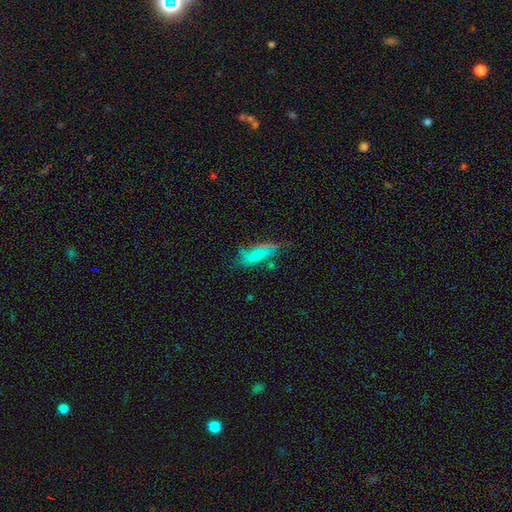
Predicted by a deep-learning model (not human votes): smooth 53%, featured or disk 28%, star or artifact 20%. Down the decision tree: how rounded — in between (66%); merging — none (62%).